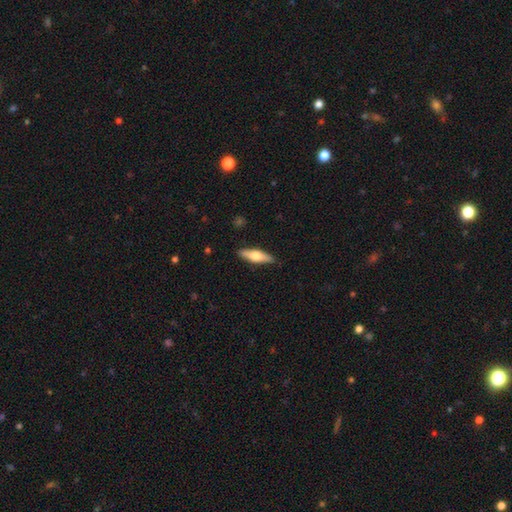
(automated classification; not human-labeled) smooth 50%, featured or disk 45%, star or artifact 5%. Down the decision tree: merging — none (89%).